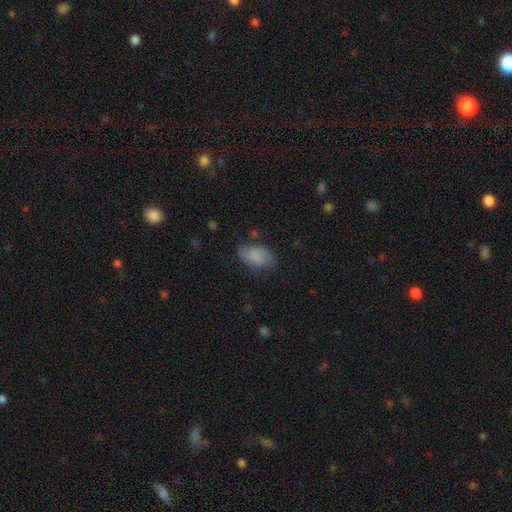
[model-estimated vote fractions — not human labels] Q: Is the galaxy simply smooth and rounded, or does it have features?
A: smooth — 76%.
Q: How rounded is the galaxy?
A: in between — 90%.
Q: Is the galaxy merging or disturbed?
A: none — 60%.